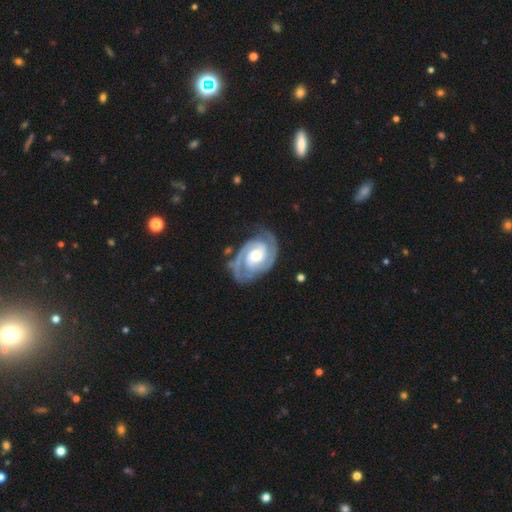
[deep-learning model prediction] Smooth or featured? featured or disk (92%)
Edge-on disk? no (98%)
Bar? no (58%)
Spiral arms? yes (98%)
Spiral winding? tight (65%)
Spiral arm count? 2 (88%)
Bulge size? moderate (59%)
Merging? none (76%)